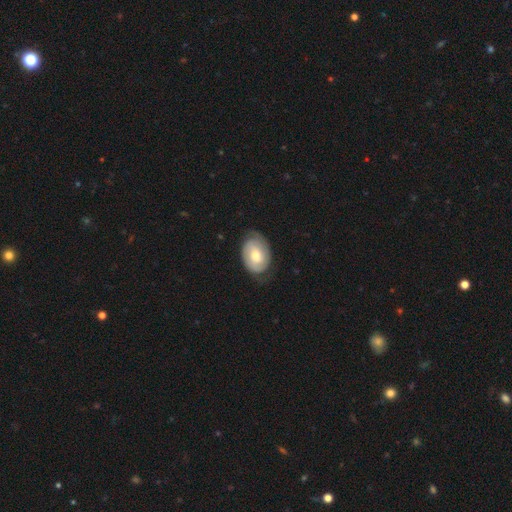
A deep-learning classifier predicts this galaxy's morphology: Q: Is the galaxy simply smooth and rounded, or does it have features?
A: featured or disk — 57%.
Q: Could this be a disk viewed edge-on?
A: no — 96%.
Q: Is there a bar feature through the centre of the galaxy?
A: no — 64%.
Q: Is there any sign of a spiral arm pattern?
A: yes — 80%.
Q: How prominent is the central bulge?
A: moderate — 67%.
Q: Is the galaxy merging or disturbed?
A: none — 69%.